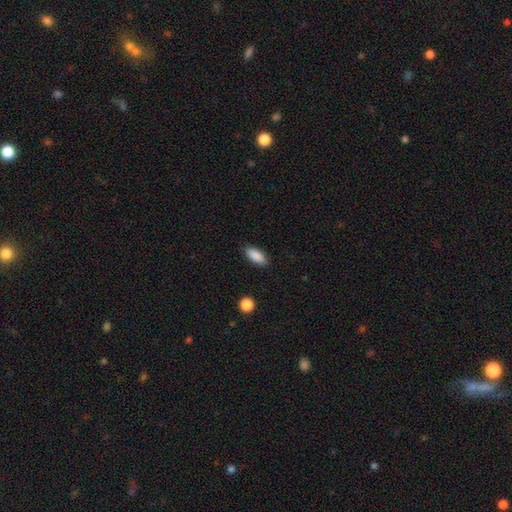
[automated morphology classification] This appears to be a smooth galaxy with no disk features (89%) that is in between round and cigar-shaped (84%). Merging: none (88%).